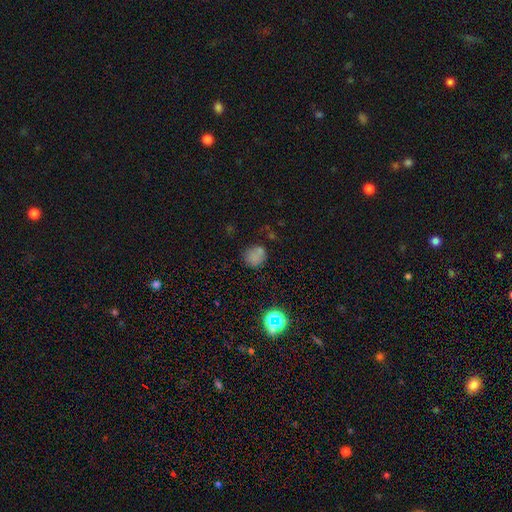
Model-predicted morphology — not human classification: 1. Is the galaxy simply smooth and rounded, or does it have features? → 68% smooth, 23% star or artifact, 9% featured or disk.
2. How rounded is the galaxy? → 80% round, 19% in between, 1% cigar-shaped.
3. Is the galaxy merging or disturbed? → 70% none, 16% minor disturbance, 8% merger, 6% major disturbance.